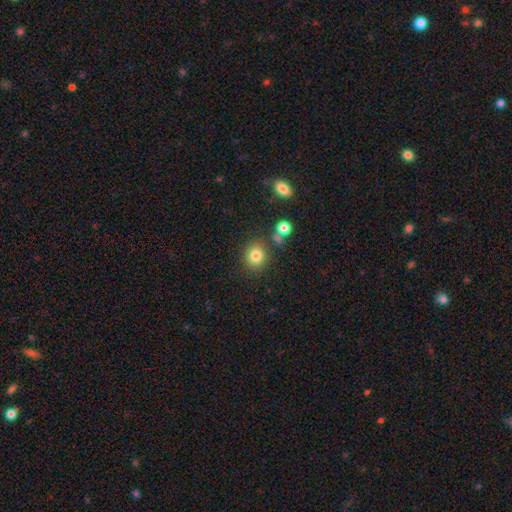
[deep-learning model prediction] This is clearly a smooth galaxy (81%). How rounded: likely round (77%). Merging: likely none (80%).